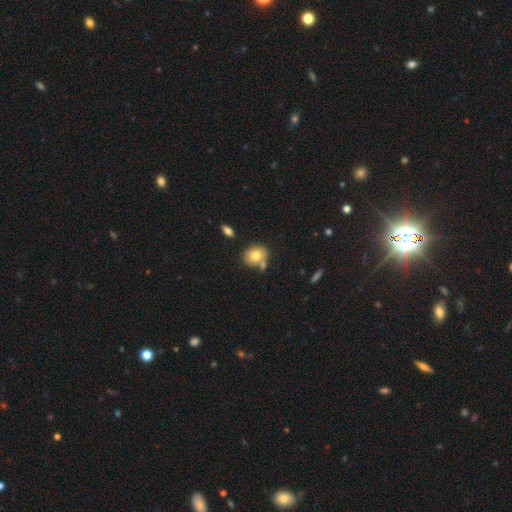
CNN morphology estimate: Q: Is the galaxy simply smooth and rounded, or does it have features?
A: smooth — 76%.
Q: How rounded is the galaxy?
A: round — 67%.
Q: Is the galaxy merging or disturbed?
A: none — 62%.